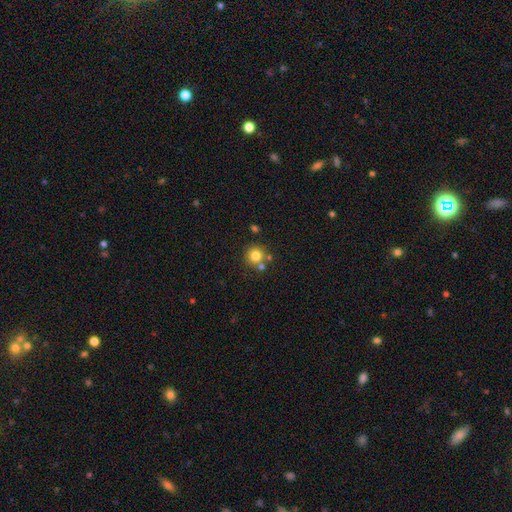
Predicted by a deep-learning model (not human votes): A smooth galaxy with no disk features (80%) that is round (94%). Merging: none (73%).